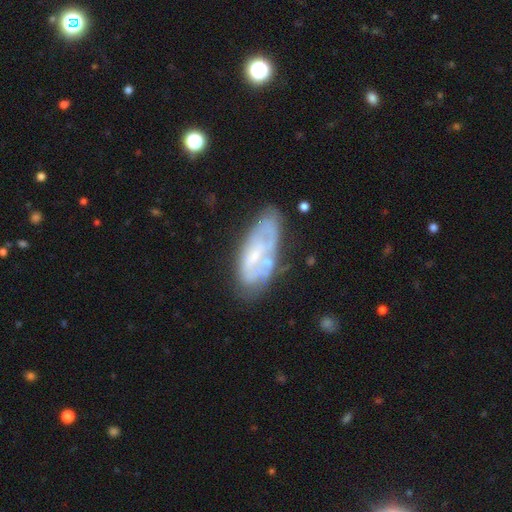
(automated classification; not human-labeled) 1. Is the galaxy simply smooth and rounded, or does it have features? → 56% featured or disk, 36% smooth, 8% star or artifact.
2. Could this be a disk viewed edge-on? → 89% no, 11% yes.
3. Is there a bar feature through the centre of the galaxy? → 59% no, 30% weak, 11% strong.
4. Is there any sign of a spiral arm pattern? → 59% no, 41% yes.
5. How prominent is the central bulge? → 41% small, 29% none, 25% moderate, 3% large, 1% dominant.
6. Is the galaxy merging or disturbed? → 50% none, 28% minor disturbance, 16% major disturbance, 7% merger.